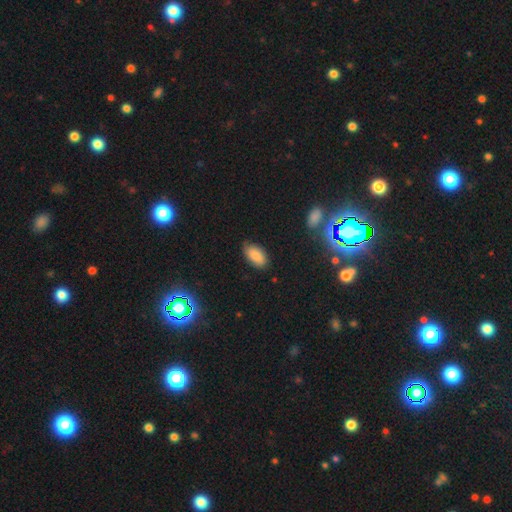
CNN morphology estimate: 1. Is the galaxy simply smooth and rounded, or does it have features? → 83% smooth, 9% star or artifact, 8% featured or disk.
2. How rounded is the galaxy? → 94% in between, 4% round, 2% cigar-shaped.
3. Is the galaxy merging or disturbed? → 76% none, 19% minor disturbance, 3% major disturbance, 1% merger.